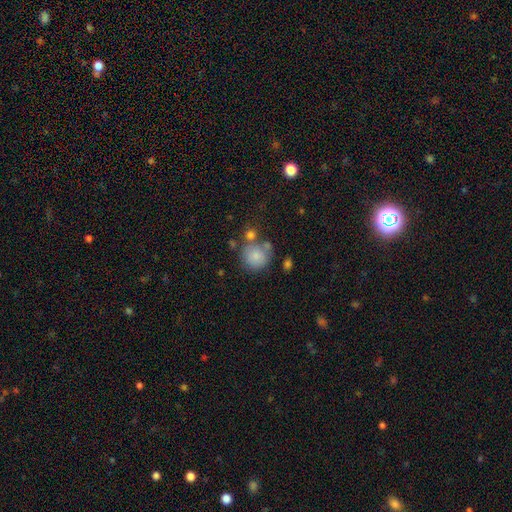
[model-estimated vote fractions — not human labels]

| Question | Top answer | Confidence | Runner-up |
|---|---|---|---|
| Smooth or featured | smooth | 81% | featured or disk (10%) |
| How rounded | round | 89% | in between (10%) |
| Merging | none | 61% | merger (18%) |